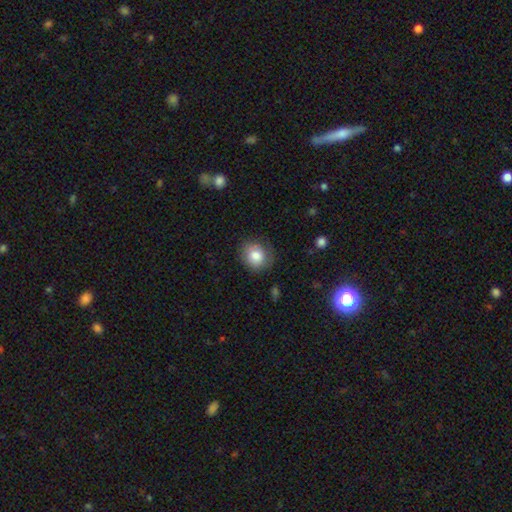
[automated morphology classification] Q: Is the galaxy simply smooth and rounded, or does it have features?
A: smooth — 80%.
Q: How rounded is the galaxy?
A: round — 79%.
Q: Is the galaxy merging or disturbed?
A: none — 77%.